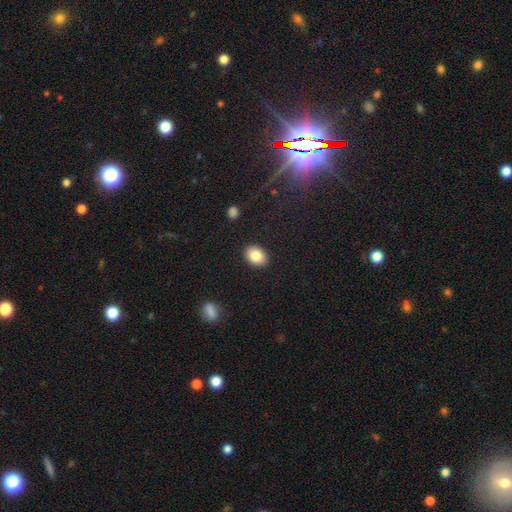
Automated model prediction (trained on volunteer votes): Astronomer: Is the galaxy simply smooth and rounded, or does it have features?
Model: smooth — 85%.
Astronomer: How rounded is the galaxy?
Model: in between — 73%.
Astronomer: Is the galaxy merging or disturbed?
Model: none — 90%.